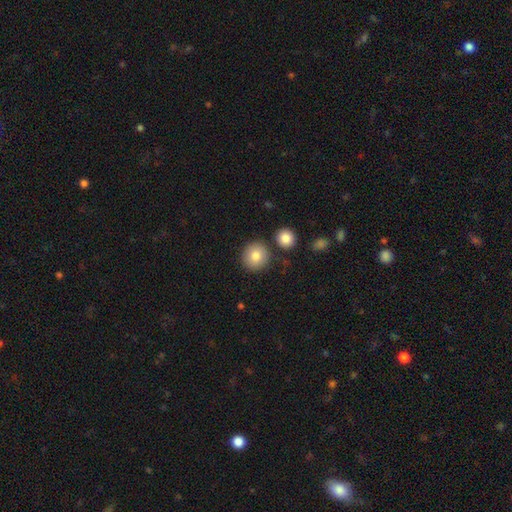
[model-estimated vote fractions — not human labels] Smooth or featured: smooth — 83% (featured or disk — 9%)
How rounded: round — 92% (in between — 7%)
Merging: none — 82% (minor disturbance — 8%)